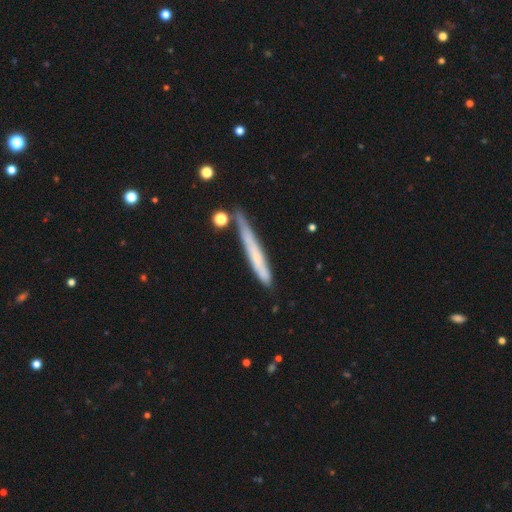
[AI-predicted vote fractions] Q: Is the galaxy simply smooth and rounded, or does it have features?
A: smooth — 54%.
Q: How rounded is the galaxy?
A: cigar-shaped — 96%.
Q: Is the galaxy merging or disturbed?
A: none — 67%.